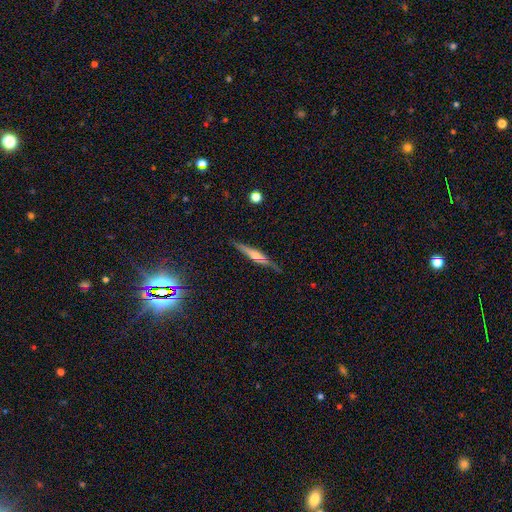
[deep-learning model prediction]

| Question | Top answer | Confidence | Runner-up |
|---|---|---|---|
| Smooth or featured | featured or disk | 69% | smooth (23%) |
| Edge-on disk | yes | 96% | no (4%) |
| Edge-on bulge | rounded | 70% | boxy (20%) |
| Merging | none | 85% | minor disturbance (11%) |